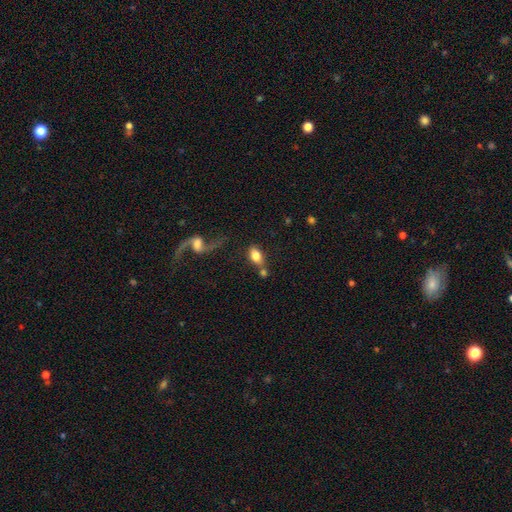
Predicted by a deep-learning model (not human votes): smooth_or_featured: smooth (p=0.76) [alt: featured or disk p=0.16]
how_rounded: in between (p=0.87) [alt: round p=0.10]
merging: none (p=0.53) [alt: merger p=0.25]